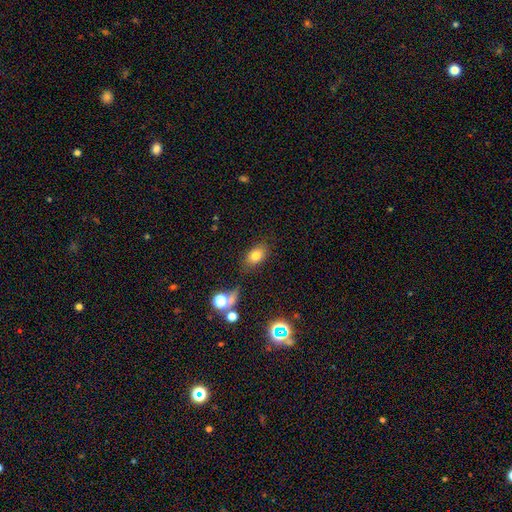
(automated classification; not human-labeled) The model was most divided on "how rounded": in between: 80%, round: 18%, cigar-shaped: 2%. More confident: smooth or featured — smooth (77%); merging — none (76%).